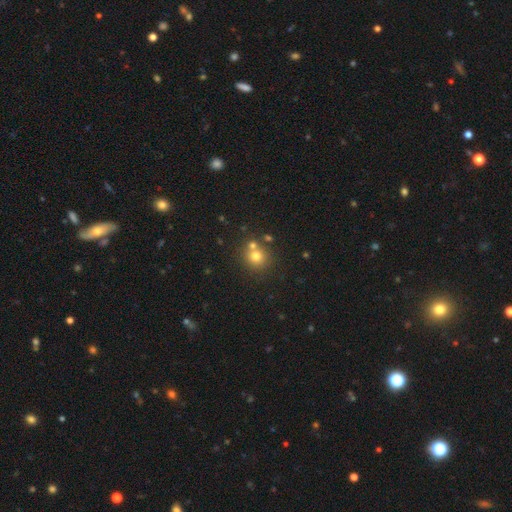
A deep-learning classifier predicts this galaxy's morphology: This is likely a smooth galaxy (73%). How rounded: clearly round (89%). Merging: likely none (64%).